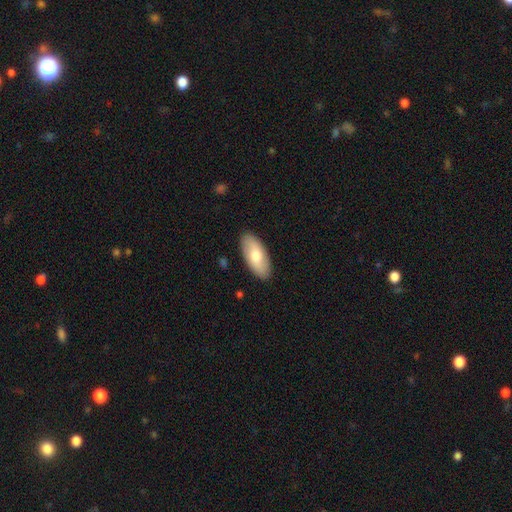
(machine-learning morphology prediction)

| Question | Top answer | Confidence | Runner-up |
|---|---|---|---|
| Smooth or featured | smooth | 67% | featured or disk (28%) |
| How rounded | in between | 90% | cigar-shaped (8%) |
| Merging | none | 89% | minor disturbance (8%) |